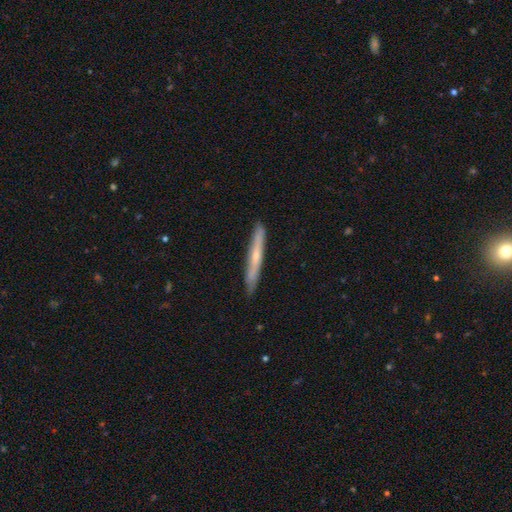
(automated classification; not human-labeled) The model was most divided on "smooth or featured": featured or disk: 52%, smooth: 42%, star or artifact: 6%. More confident: edge-on disk — yes (92%); merging — none (88%).